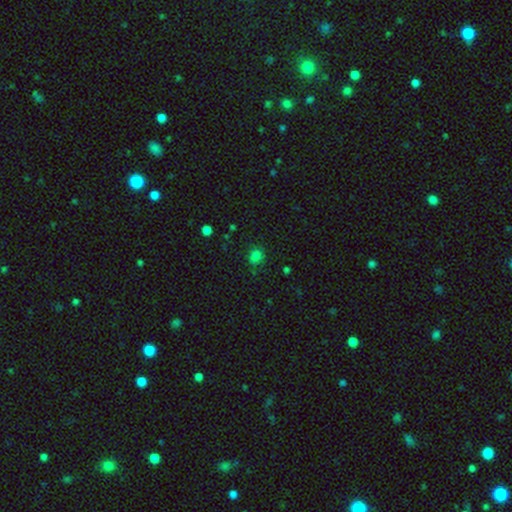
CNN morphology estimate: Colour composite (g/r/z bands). It shows a smooth galaxy with no disk features (77%) that is round (61%). Merging: none (70%).